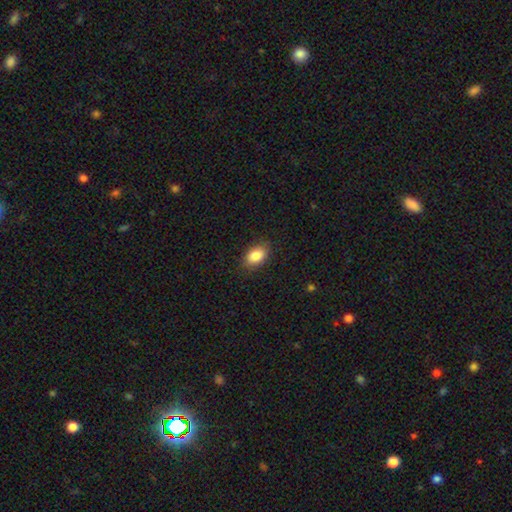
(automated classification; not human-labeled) Morphology: type=smooth (85%); roundness=in between (87%); merging=none (85%).